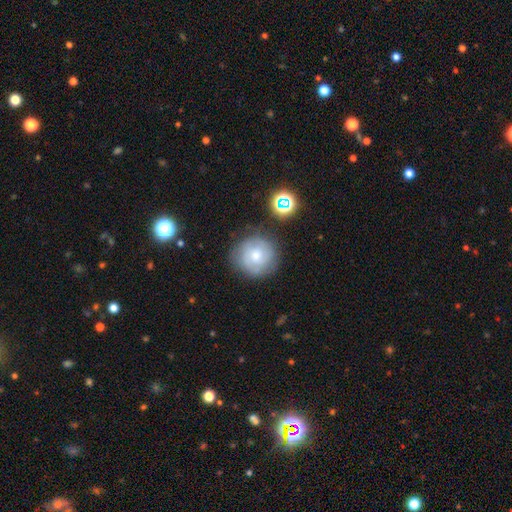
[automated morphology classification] smooth 49%, featured or disk 41%, star or artifact 10%. Down the decision tree: merging — none (75%).